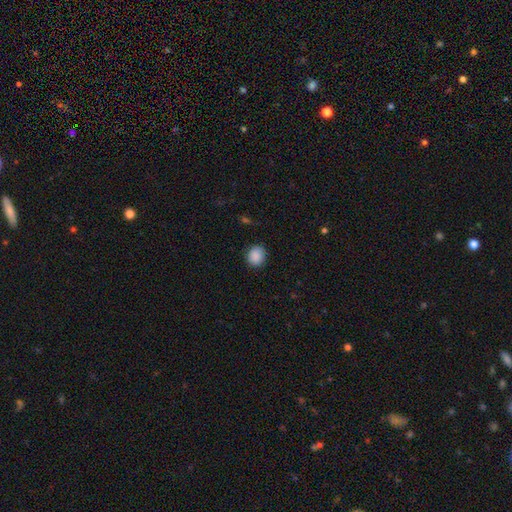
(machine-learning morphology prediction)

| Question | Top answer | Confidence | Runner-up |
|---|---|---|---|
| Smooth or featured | smooth | 89% | star or artifact (8%) |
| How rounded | round | 74% | in between (25%) |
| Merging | none | 88% | minor disturbance (9%) |